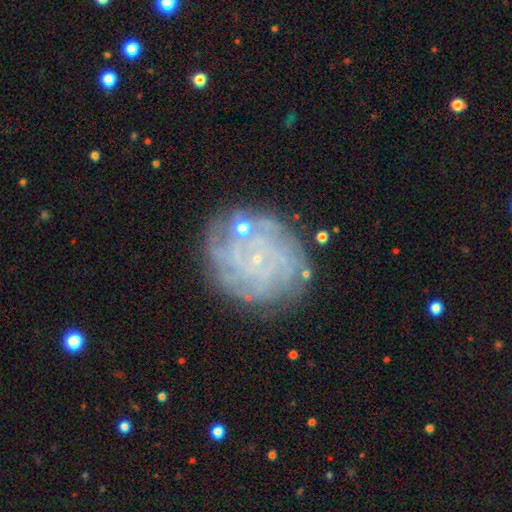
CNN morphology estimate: type=featured or disk (79%); edge-on=no (97%); bar=no (79%); spiral arms=yes (92%); winding=tight (79%); arm count=can't tell (33%); bulge=small (88%); merging=none (78%).